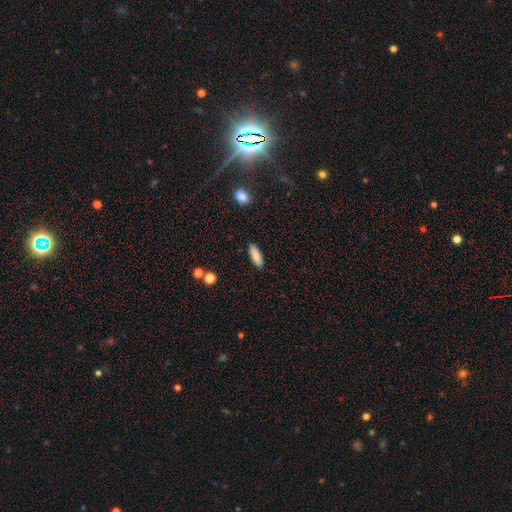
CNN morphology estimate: This appears to be a smooth galaxy with no disk features (84%) that is in between round and cigar-shaped (56%). Merging: none (88%).